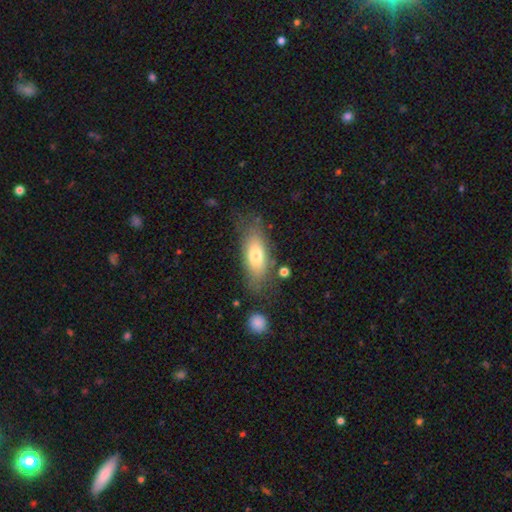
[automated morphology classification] smooth 70%, featured or disk 23%, star or artifact 7%. Down the decision tree: how rounded — in between (75%); merging — none (70%).